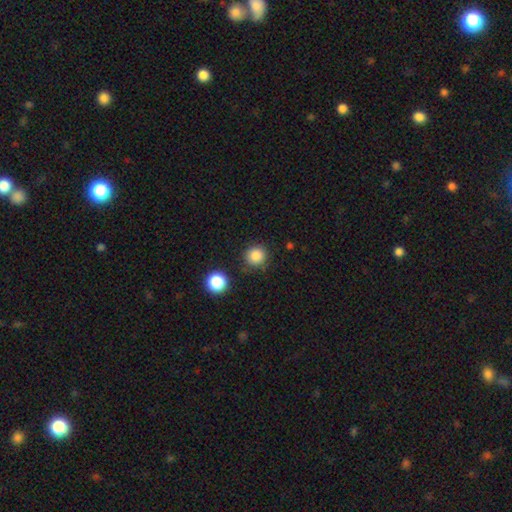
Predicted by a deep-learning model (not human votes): smooth 85%, star or artifact 11%, featured or disk 4%. Down the decision tree: how rounded — round (93%); merging — none (85%).